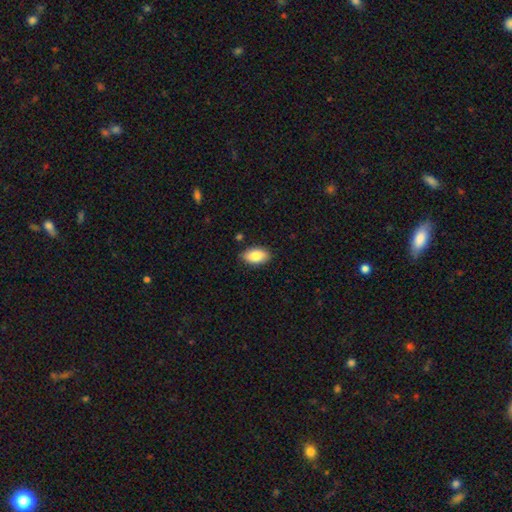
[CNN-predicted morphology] A smooth galaxy with no disk features (85%) that is in between round and cigar-shaped (93%). Merging: none (86%).